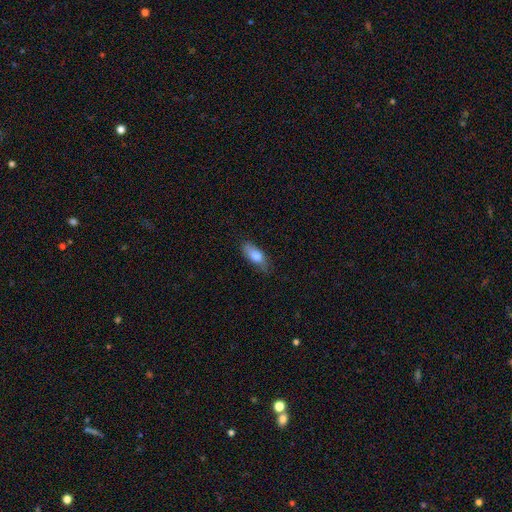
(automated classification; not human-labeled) smooth_or_featured: smooth (p=0.79) [alt: featured or disk p=0.14]
how_rounded: in between (p=0.79) [alt: cigar-shaped p=0.18]
merging: none (p=0.66) [alt: minor disturbance p=0.26]